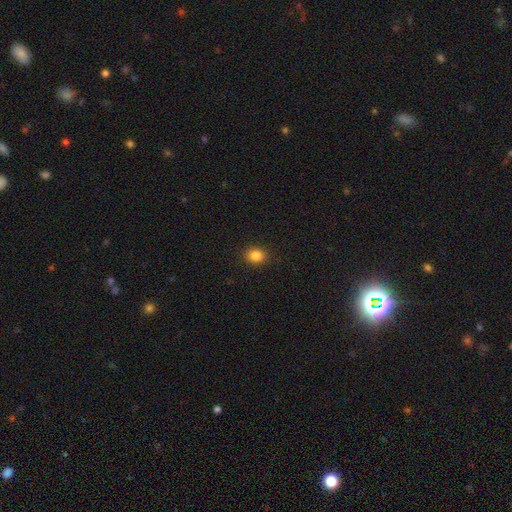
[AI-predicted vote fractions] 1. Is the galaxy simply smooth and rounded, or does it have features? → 84% smooth, 11% star or artifact, 5% featured or disk.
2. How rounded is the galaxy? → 58% round, 41% in between, 1% cigar-shaped.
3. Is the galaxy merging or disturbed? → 91% none, 6% minor disturbance, 2% major disturbance, 1% merger.